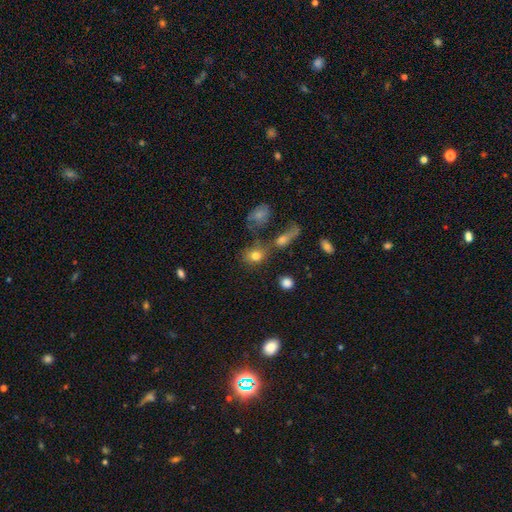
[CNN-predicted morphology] This appears to be a smooth galaxy with no disk features (78%) that is in between round and cigar-shaped (50%). Merging: none (52%).